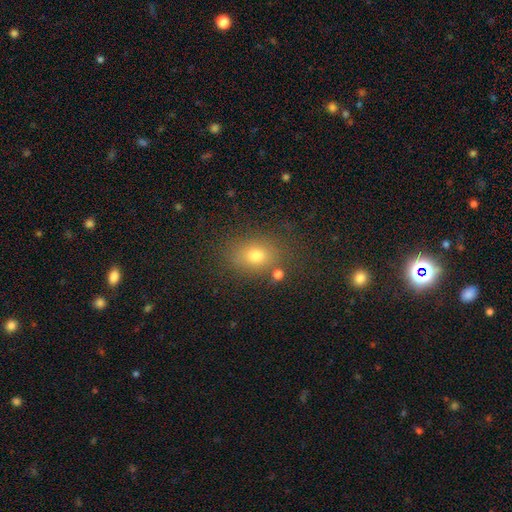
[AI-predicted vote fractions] Morphology: type=smooth (75%); roundness=in between (64%); merging=none (77%).